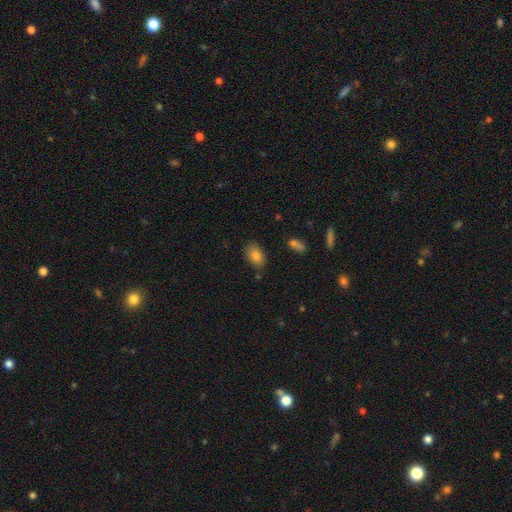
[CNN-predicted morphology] type=smooth (82%); roundness=in between (87%); merging=none (80%).